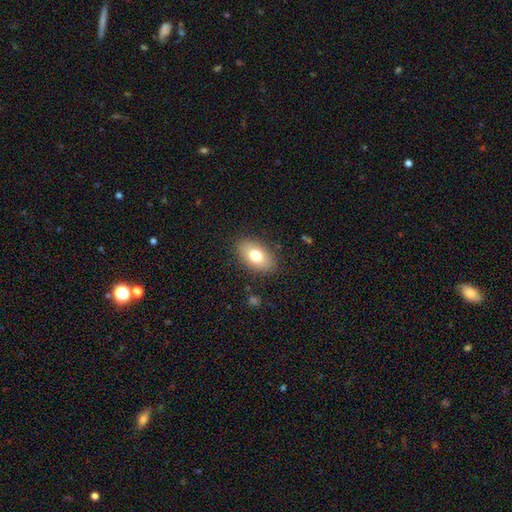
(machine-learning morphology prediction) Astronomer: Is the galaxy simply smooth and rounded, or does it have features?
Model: smooth — 75%.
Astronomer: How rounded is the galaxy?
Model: in between — 90%.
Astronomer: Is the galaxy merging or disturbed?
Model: none — 86%.